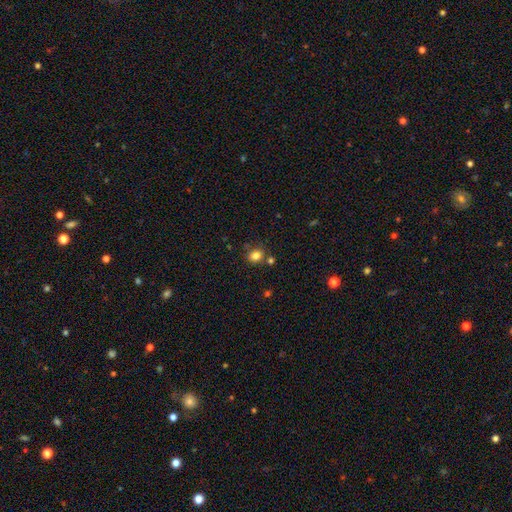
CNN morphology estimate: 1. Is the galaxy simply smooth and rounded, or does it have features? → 82% smooth, 12% star or artifact, 6% featured or disk.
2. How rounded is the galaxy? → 58% round, 41% in between, 1% cigar-shaped.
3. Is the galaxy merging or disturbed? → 72% none, 13% minor disturbance, 11% merger, 4% major disturbance.